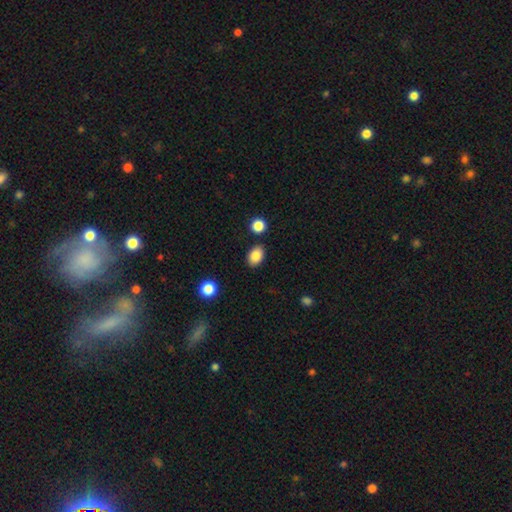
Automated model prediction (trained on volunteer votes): Smooth or featured? smooth (86%)
How rounded? in between (79%)
Merging? none (85%)